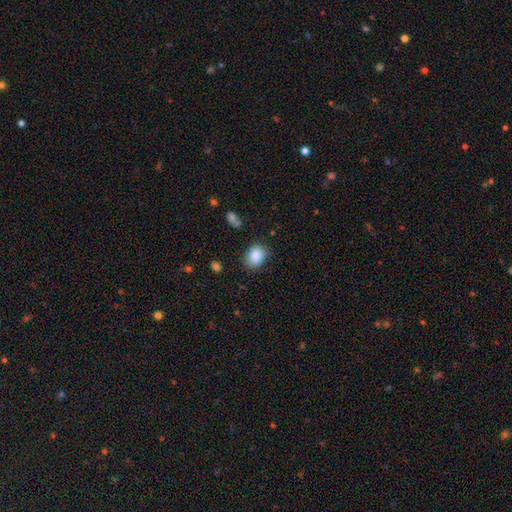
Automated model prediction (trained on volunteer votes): A smooth galaxy with no disk features (87%) that is in between round and cigar-shaped (59%).

Vote fractions:
- Smooth or featured? smooth: 87% / star or artifact: 8% / featured or disk: 5%
- How rounded? in between: 59% / round: 40% / cigar-shaped: 1%
- Merging? none: 81% / minor disturbance: 13% / major disturbance: 4% / merger: 2%